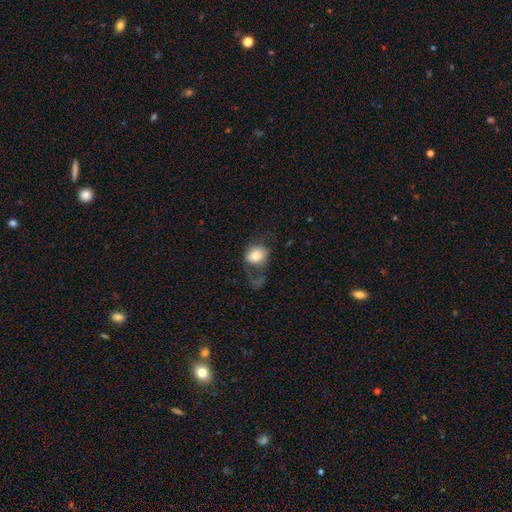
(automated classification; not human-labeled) This appears to be a smooth galaxy with no disk features (76%) that is round (50%). Merging: major disturbance (43%).